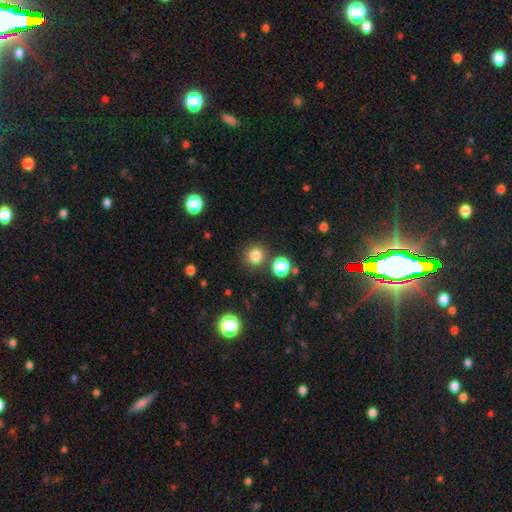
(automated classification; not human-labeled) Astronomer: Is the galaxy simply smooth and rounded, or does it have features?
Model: smooth — 81%.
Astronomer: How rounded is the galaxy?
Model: round — 93%.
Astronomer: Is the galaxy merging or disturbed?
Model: none — 85%.